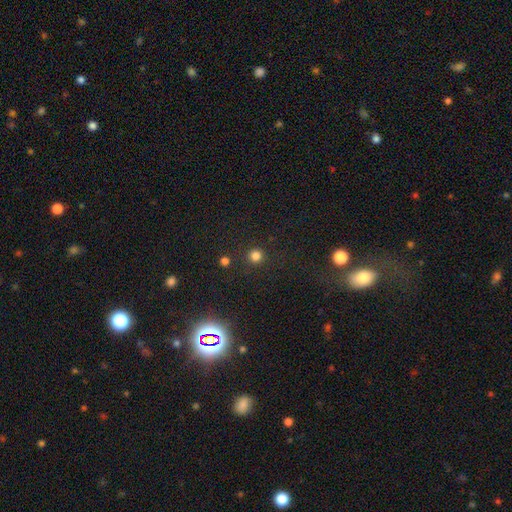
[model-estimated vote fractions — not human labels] smooth_or_featured: smooth (p=0.80) [alt: star or artifact p=0.16]
how_rounded: round (p=0.94) [alt: in between p=0.05]
merging: none (p=0.88) [alt: minor disturbance p=0.06]